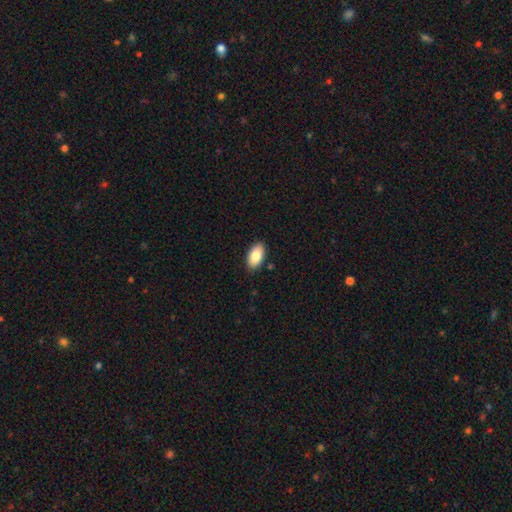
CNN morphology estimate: Smooth or featured? smooth (84%)
How rounded? in between (94%)
Merging? none (88%)